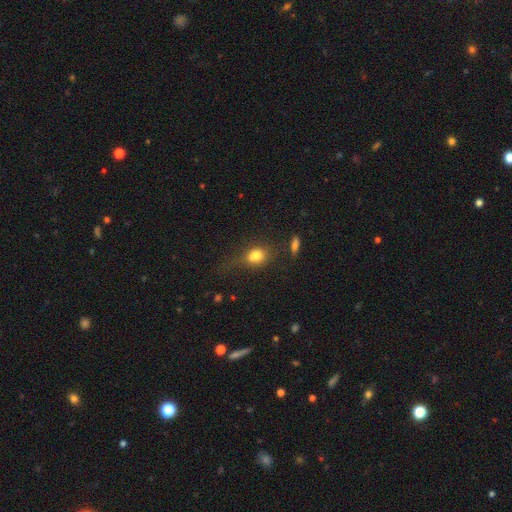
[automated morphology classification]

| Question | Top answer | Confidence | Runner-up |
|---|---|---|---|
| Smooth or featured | smooth | 78% | star or artifact (11%) |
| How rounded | in between | 56% | round (41%) |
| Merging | none | 52% | minor disturbance (23%) |